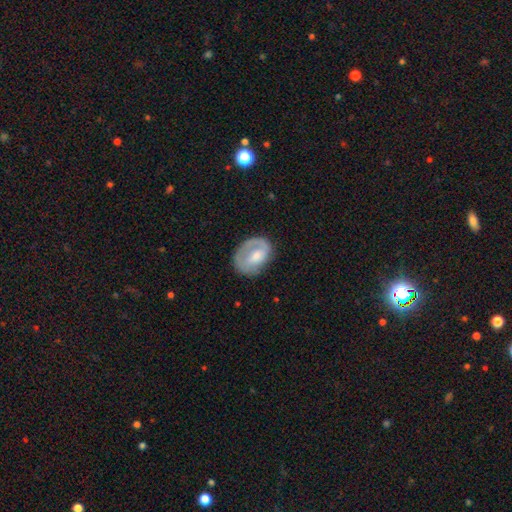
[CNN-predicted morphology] A featured or disk galaxy (49%). Merging: none (59%).